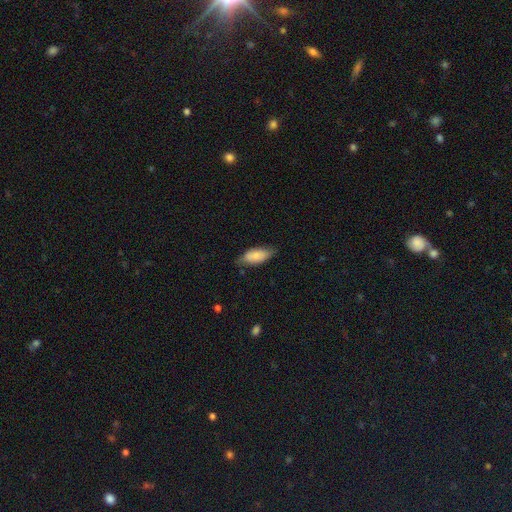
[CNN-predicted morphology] smooth_or_featured: smooth (p=0.78) [alt: featured or disk p=0.16]
how_rounded: in between (p=0.86) [alt: cigar-shaped p=0.12]
merging: none (p=0.68) [alt: minor disturbance p=0.26]